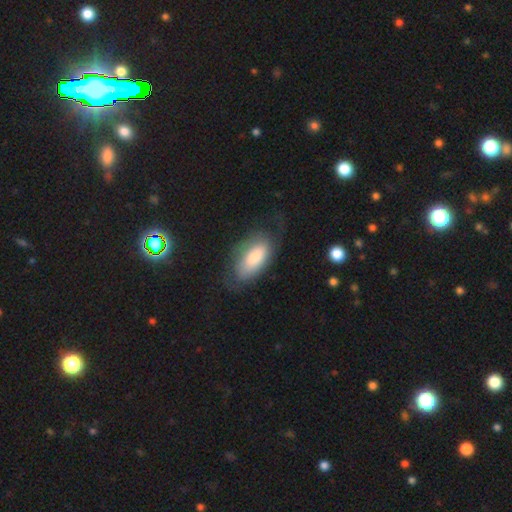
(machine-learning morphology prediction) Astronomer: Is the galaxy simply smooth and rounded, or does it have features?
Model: smooth — 63%.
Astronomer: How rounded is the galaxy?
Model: in between — 92%.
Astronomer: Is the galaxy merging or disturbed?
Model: none — 58%.